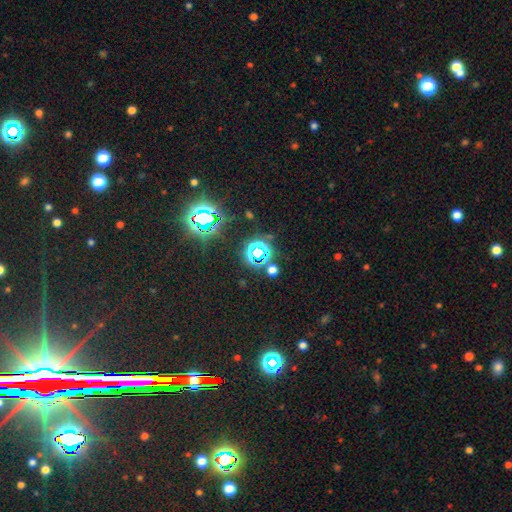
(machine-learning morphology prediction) Smooth or featured? Predicted: star or artifact (p=0.67).